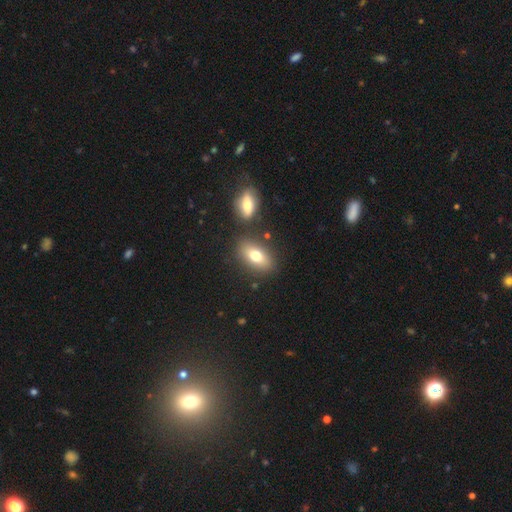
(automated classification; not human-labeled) This appears to be a smooth galaxy with no disk features (73%) that is in between round and cigar-shaped (84%). Merging: none (75%).